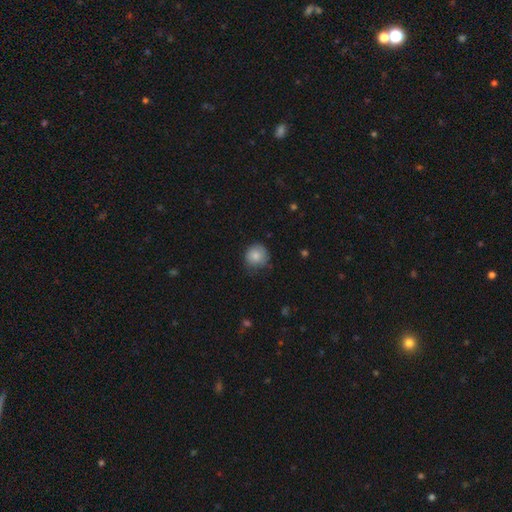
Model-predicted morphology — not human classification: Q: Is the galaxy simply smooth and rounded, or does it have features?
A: smooth — 83%.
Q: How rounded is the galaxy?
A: round — 90%.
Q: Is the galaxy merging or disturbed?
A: none — 69%.